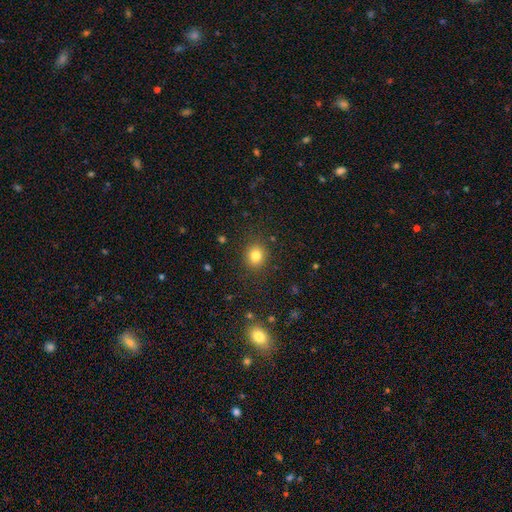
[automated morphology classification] Overall: smooth (81%). How rounded: round (79%). Merging: none (88%).